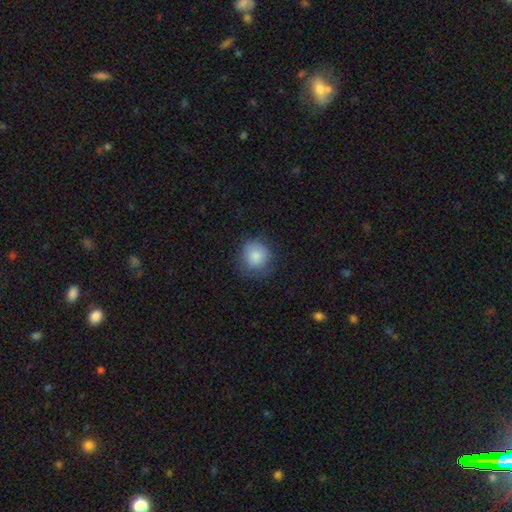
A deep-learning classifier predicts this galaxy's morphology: A smooth galaxy with no disk features (84%) that is round (88%).

Vote fractions:
- Smooth or featured? smooth: 84% / star or artifact: 8% / featured or disk: 7%
- How rounded? round: 88% / in between: 11% / cigar-shaped: 1%
- Merging? none: 72% / minor disturbance: 21% / major disturbance: 7% / merger: 1%